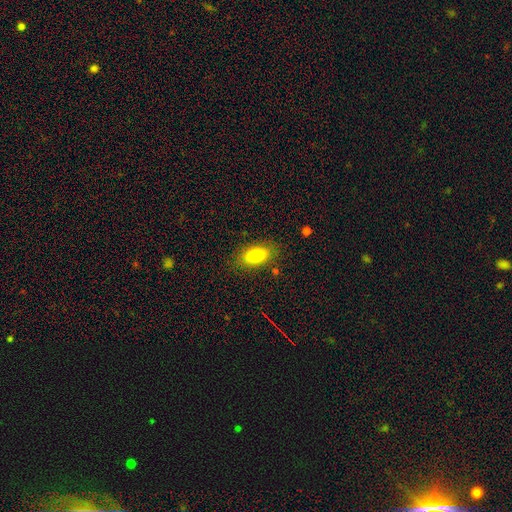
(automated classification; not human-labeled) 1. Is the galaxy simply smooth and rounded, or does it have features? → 78% smooth, 13% featured or disk, 8% star or artifact.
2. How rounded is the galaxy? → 89% in between, 7% round, 4% cigar-shaped.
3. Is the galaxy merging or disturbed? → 82% none, 12% minor disturbance, 3% major disturbance, 2% merger.